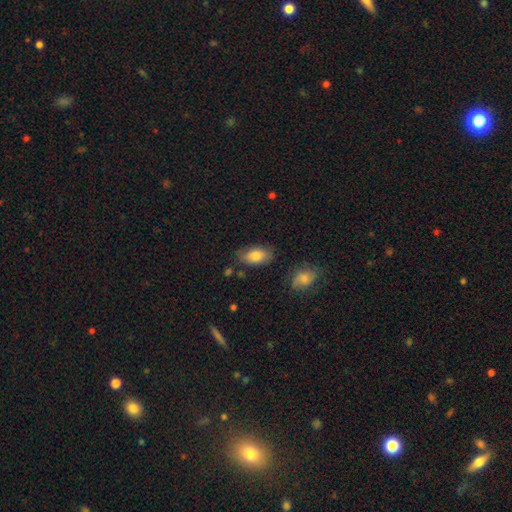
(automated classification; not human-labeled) Smooth or featured? Predicted: smooth (p=0.82). How rounded? Predicted: in between (p=0.92). Merging? Predicted: none (p=0.72).